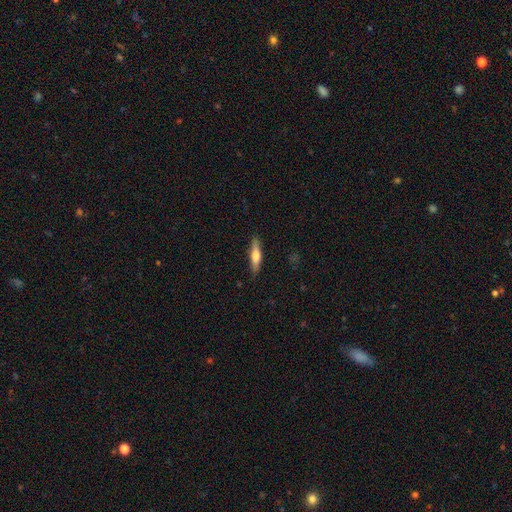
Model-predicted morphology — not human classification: type=smooth (51%); roundness=cigar-shaped (78%); merging=none (87%).